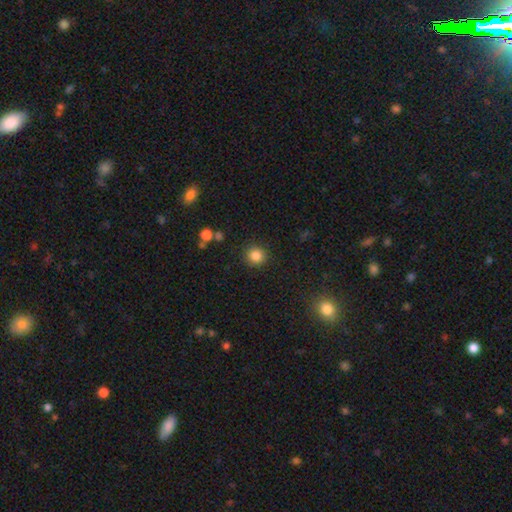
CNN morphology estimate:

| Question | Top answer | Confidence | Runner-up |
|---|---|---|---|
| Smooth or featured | smooth | 85% | star or artifact (11%) |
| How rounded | round | 92% | in between (7%) |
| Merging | none | 90% | minor disturbance (6%) |